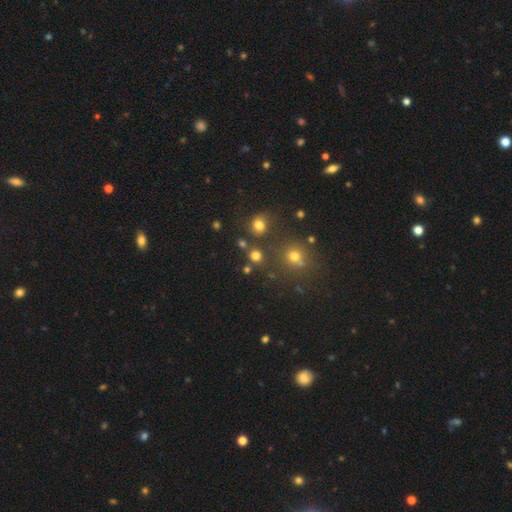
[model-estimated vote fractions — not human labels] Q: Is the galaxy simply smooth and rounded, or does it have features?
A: smooth — 74%.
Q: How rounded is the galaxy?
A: round — 87%.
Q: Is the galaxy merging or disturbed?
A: none — 75%.